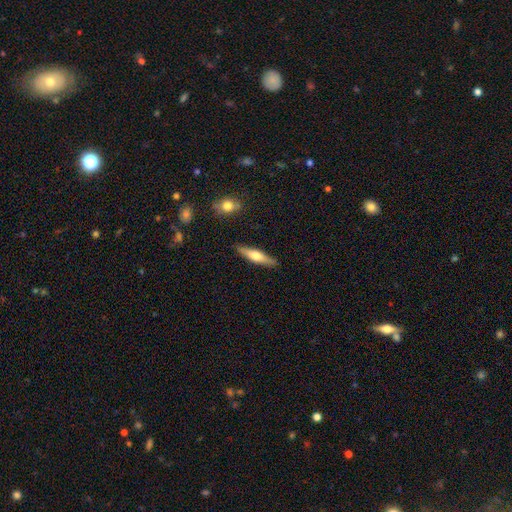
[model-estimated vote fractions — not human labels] smooth-or-featured: featured or disk: 47% (tied) | smooth: 47% (tied) | star or artifact: 6%
  merging: none: 89% | minor disturbance: 8% | major disturbance: 2% | merger: 2%